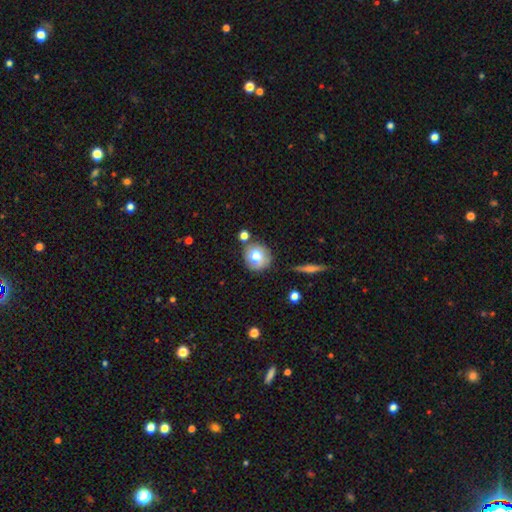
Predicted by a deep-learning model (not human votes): Q: Smooth or featured?
A: smooth (70%); runner-up: featured or disk (20%)
Q: How rounded?
A: round (86%); runner-up: in between (13%)
Q: Merging?
A: none (73%); runner-up: minor disturbance (14%)